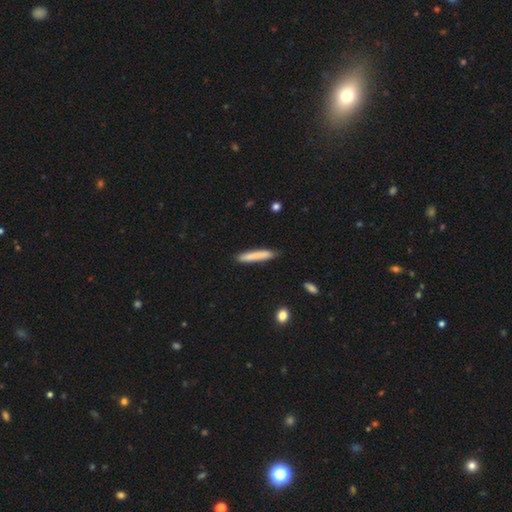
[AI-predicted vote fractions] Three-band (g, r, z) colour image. It shows a smooth galaxy with no disk features (79%) that is cigar-shaped (93%). Merging: none (84%).